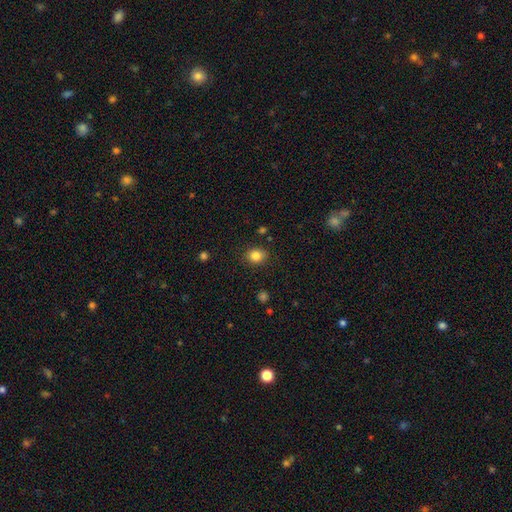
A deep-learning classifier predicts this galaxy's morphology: Smooth or featured? smooth (84%)
How rounded? round (66%)
Merging? none (87%)